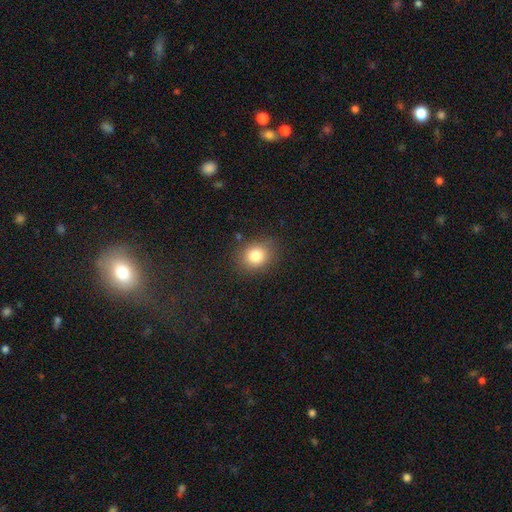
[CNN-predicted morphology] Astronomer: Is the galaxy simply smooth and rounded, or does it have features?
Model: smooth — 82%.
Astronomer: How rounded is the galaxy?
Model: round — 60% (runner-up: in between, 39%).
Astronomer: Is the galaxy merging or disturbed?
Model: none — 83%.